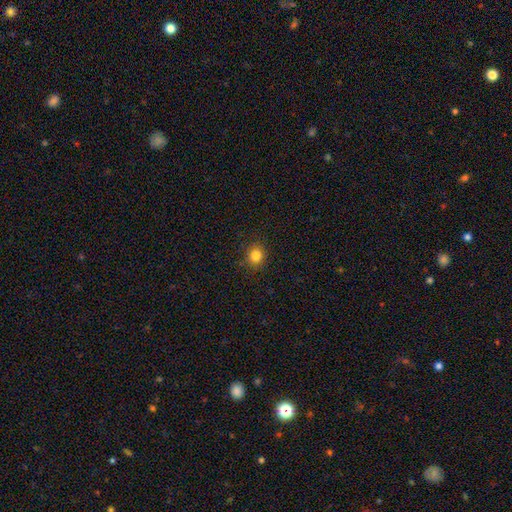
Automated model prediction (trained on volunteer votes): smooth 83%, star or artifact 12%, featured or disk 5%. Down the decision tree: how rounded — round (85%); merging — none (89%).